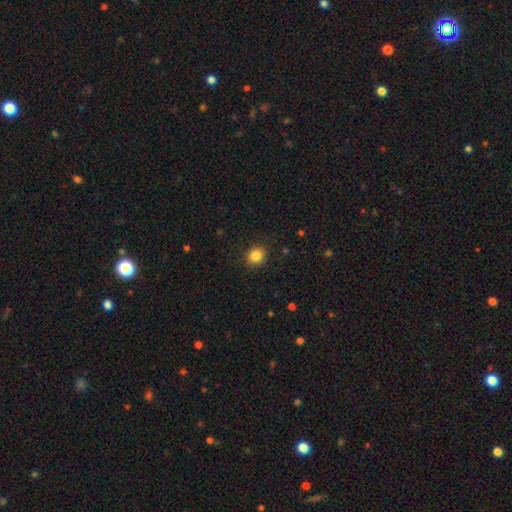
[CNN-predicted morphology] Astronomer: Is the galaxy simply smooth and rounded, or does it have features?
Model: smooth — 85%.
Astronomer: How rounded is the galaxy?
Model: round — 78%.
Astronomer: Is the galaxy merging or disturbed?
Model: none — 89%.